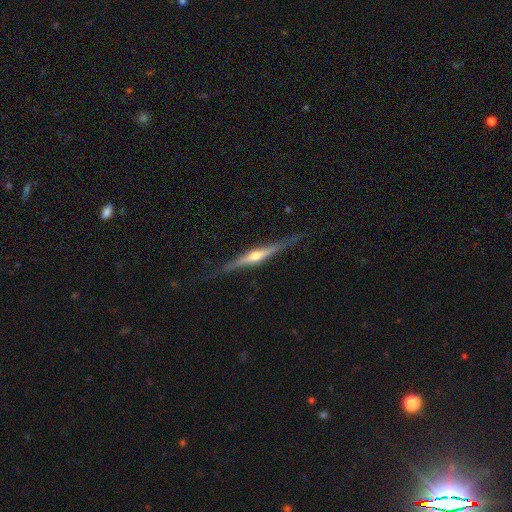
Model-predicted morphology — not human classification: Smooth or featured? featured or disk (75%)
Edge-on disk? yes (97%)
Edge-on bulge? rounded (84%)
Merging? none (82%)